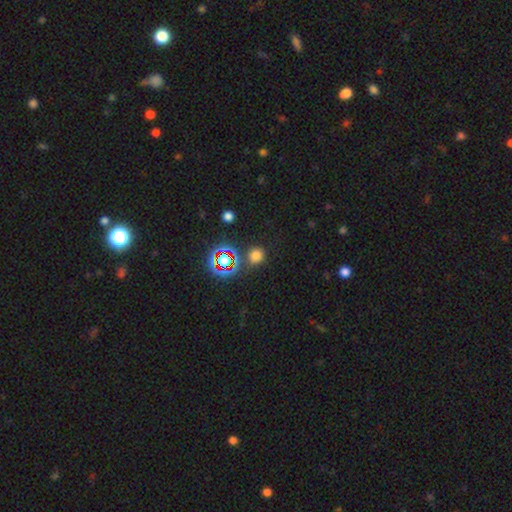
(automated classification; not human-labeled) smooth-or-featured: smooth: 67% | star or artifact: 28% | featured or disk: 6%
  how-rounded: round: 88% | in between: 11% | cigar-shaped: 1%
  merging: none: 80% | minor disturbance: 10% | merger: 6% | major disturbance: 4%